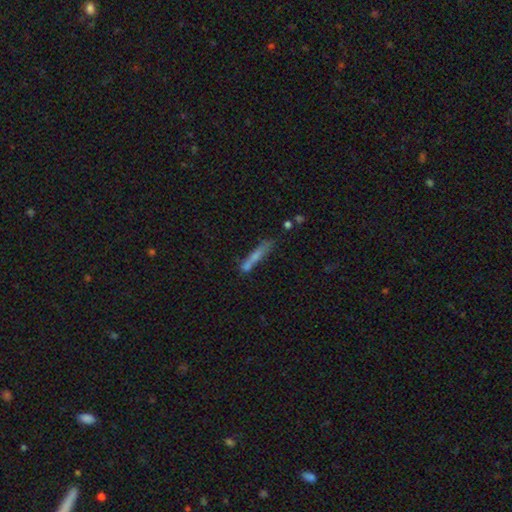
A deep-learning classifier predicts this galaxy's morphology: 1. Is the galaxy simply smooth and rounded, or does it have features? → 55% smooth, 33% featured or disk, 12% star or artifact.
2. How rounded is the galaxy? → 89% cigar-shaped, 8% in between, 3% round.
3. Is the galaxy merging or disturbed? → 54% none, 21% merger, 16% minor disturbance, 8% major disturbance.